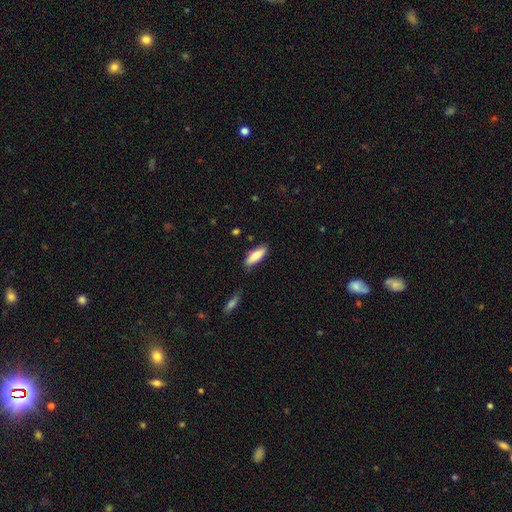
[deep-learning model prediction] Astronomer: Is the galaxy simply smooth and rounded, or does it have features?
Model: smooth — 82%.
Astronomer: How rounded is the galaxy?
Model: in between — 57% (runner-up: cigar-shaped, 42%).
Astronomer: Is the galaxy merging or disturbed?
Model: none — 80%.